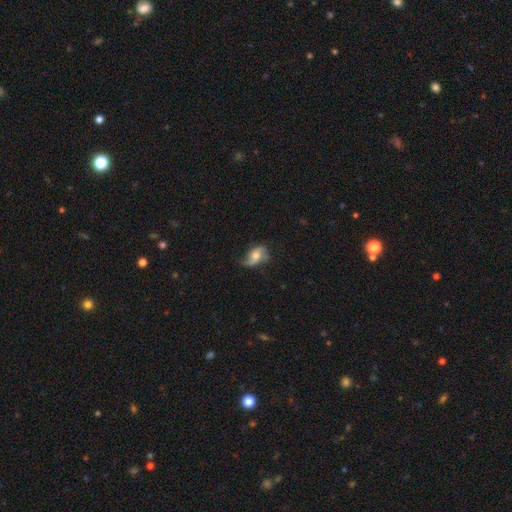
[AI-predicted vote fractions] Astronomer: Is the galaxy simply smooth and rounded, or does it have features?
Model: featured or disk — 62%.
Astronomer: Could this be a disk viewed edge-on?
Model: no — 96%.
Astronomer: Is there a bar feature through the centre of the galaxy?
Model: no — 63%.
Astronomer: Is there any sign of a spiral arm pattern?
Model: yes — 88%.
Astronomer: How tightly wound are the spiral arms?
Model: loose — 66%.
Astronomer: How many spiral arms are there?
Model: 2 — 75%.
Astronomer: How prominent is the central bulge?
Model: moderate — 62%.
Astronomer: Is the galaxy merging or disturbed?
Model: none — 49% (runner-up: minor disturbance, 31%).